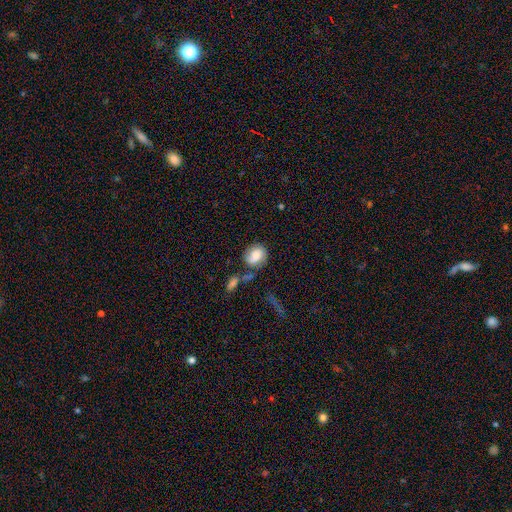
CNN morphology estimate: Smooth or featured: smooth — 61% (featured or disk — 30%)
How rounded: round — 61% (in between — 37%)
Merging: none — 51% (minor disturbance — 23%)